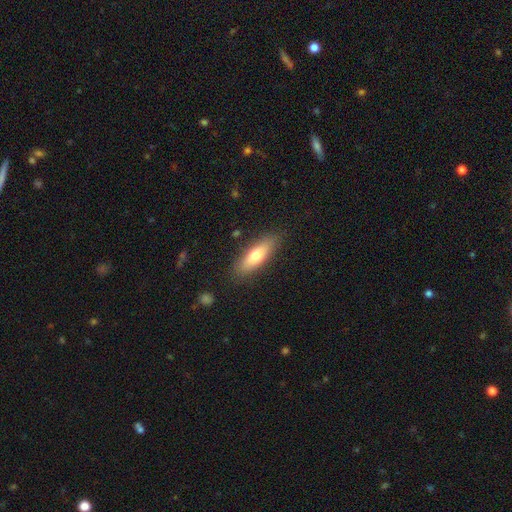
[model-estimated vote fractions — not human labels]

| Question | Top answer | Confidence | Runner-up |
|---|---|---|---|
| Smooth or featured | smooth | 70% | featured or disk (24%) |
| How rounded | cigar-shaped | 51% | in between (47%) |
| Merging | none | 85% | minor disturbance (11%) |